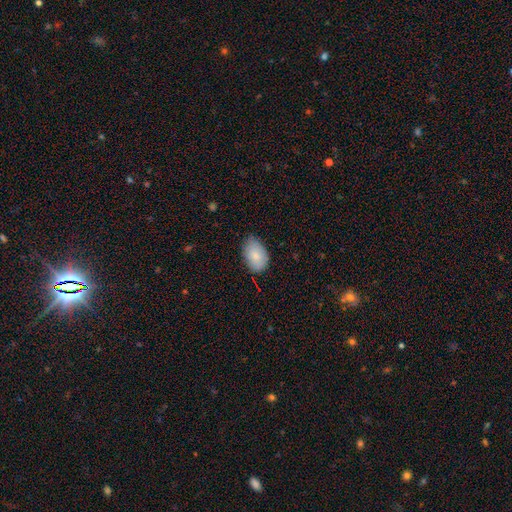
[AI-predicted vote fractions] This is clearly a smooth galaxy (83%). How rounded: clearly in between (89%). Merging: likely none (74%).